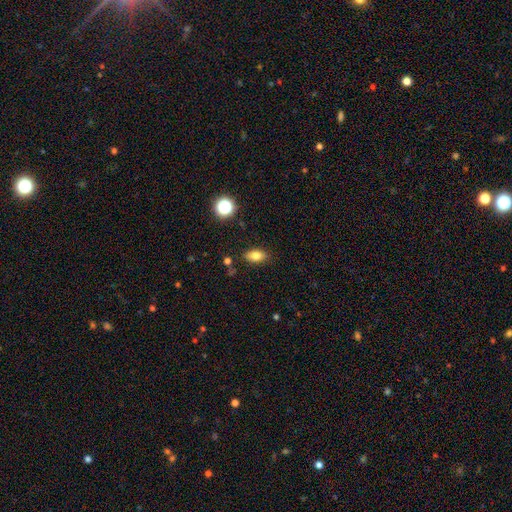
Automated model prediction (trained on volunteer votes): The model was most divided on "smooth or featured": smooth: 80%, star or artifact: 11%, featured or disk: 10%. More confident: how rounded — in between (88%); merging — none (85%).